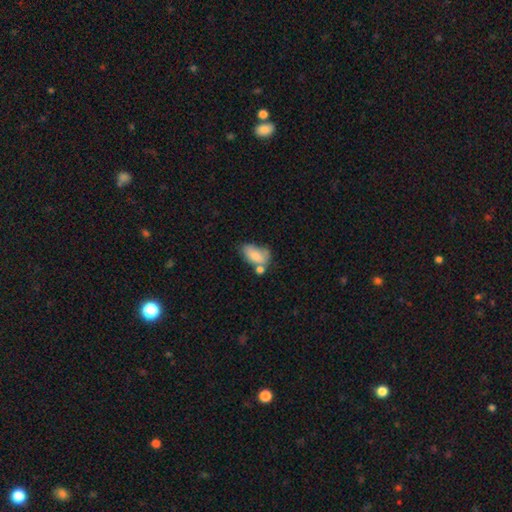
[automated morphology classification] smooth 78%, featured or disk 14%, star or artifact 8%. Down the decision tree: how rounded — in between (92%); merging — merger (34%).